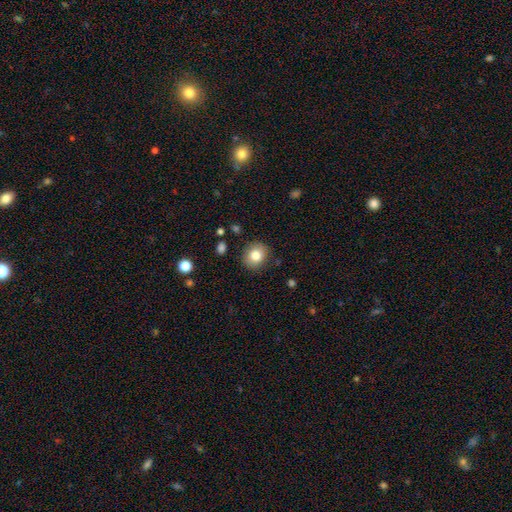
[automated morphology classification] A smooth galaxy with no disk features (82%) that is round (78%).

Vote fractions:
- Smooth or featured? smooth: 82% / star or artifact: 9% / featured or disk: 9%
- How rounded? round: 78% / in between: 21% / cigar-shaped: 1%
- Merging? none: 87% / minor disturbance: 9% / major disturbance: 3% / merger: 1%